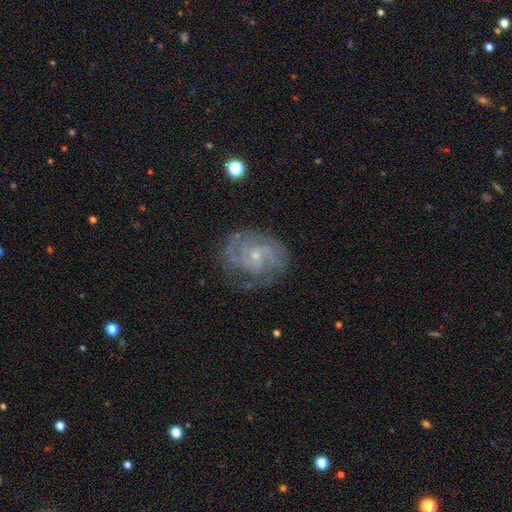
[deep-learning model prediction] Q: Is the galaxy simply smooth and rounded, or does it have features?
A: featured or disk — 85%.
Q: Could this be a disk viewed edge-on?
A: no — 98%.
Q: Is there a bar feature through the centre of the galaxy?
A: no — 57%.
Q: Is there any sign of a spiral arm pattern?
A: yes — 95%.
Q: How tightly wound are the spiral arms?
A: tight — 49%.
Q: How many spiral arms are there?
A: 2 — 34%.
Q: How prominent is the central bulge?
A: small — 75%.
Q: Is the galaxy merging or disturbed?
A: none — 70%.